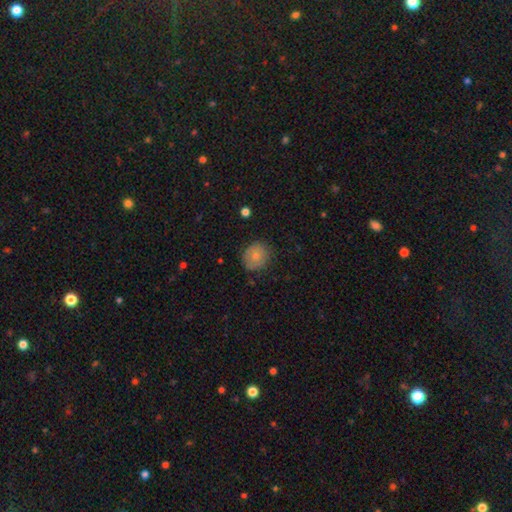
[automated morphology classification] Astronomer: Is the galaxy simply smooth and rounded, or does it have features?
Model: smooth — 74%.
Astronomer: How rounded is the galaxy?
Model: round — 80%.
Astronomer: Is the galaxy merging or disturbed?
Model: none — 79%.